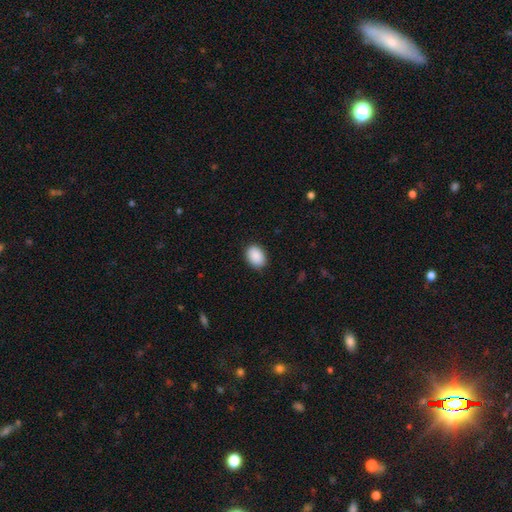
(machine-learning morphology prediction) Smooth or featured: smooth — 91% (star or artifact — 6%)
How rounded: in between — 78% (round — 21%)
Merging: none — 88% (minor disturbance — 9%)